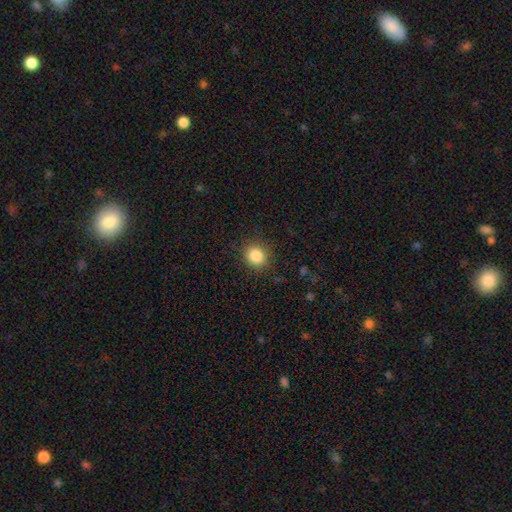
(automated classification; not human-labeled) Overall: smooth (86%). How rounded: round (81%). Merging: none (88%).